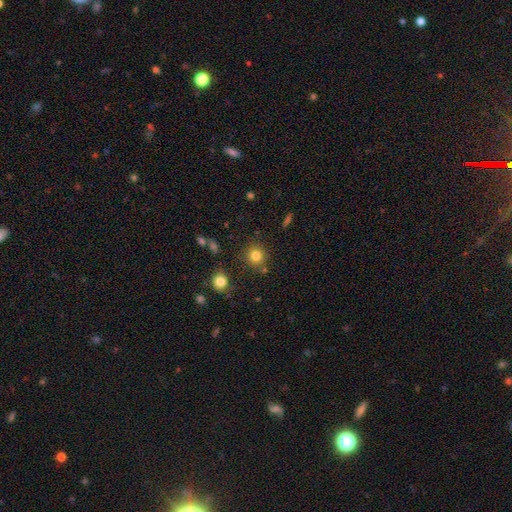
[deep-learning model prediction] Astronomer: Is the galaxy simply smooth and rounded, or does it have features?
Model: smooth — 81%.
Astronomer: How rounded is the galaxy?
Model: round — 90%.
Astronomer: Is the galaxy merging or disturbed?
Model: none — 80%.